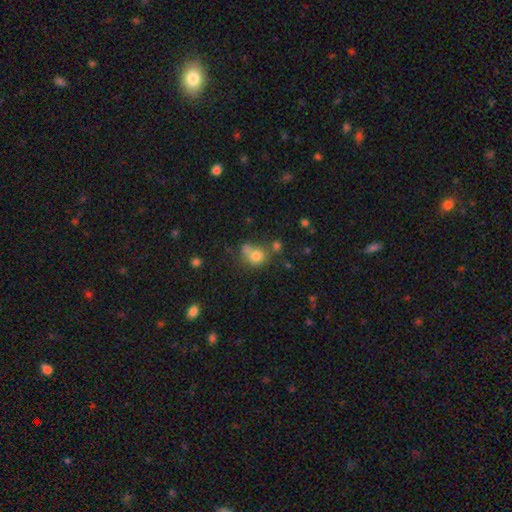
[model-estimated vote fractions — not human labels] This appears to be a smooth galaxy with no disk features (75%) that is round (74%). Merging: none (43%).